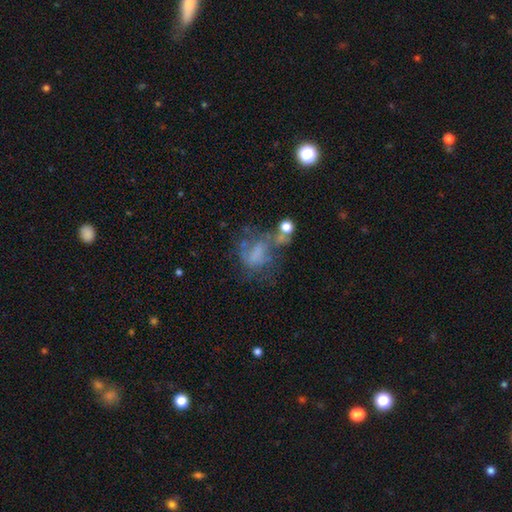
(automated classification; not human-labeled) Smooth or featured? featured or disk (47%)
Merging? major disturbance (35%)